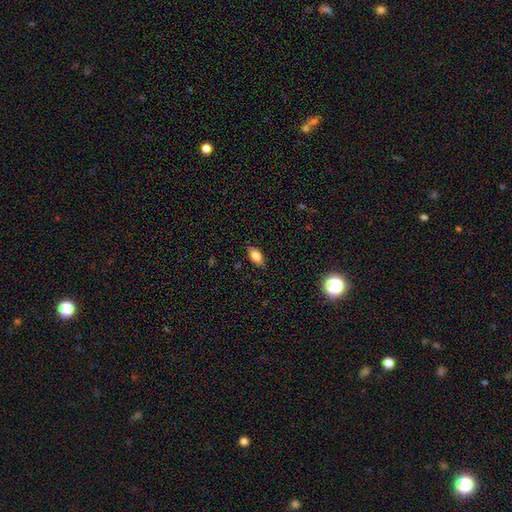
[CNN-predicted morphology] A smooth galaxy with no disk features (82%) that is in between round and cigar-shaped (87%). Merging: none (85%).